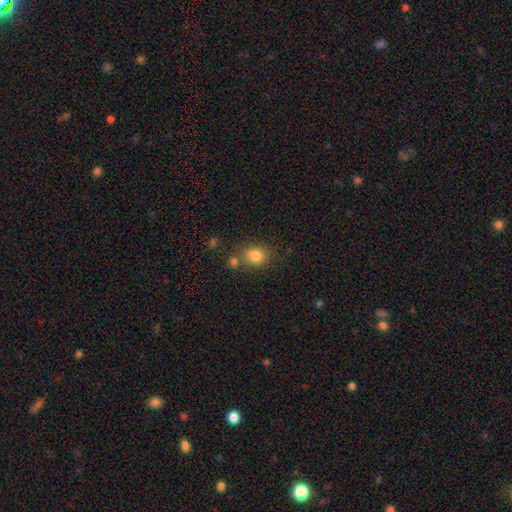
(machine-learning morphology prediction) This is clearly a smooth galaxy (81%). How rounded: likely round (68%). Merging: likely none (66%).